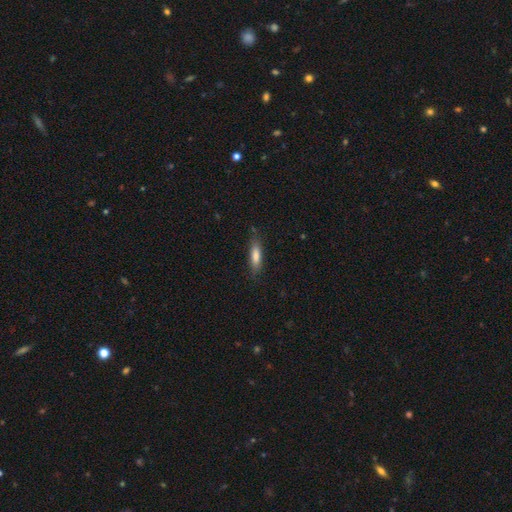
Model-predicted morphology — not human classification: Smooth or featured? smooth (76%)
How rounded? cigar-shaped (65%)
Merging? none (79%)